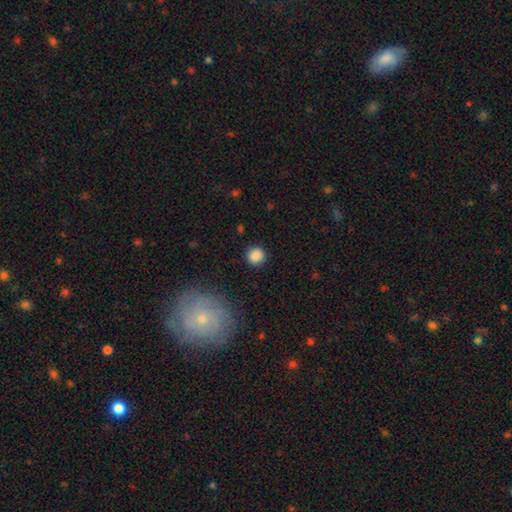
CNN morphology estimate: This is clearly a smooth galaxy (87%). How rounded: clearly round (93%). Merging: clearly none (90%).